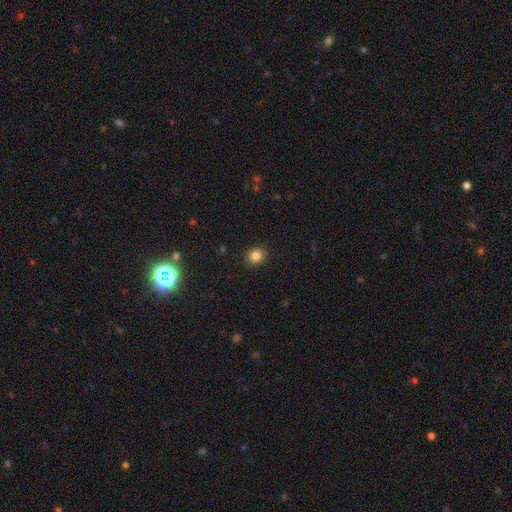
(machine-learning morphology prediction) smooth-or-featured: smooth: 83% | star or artifact: 11% | featured or disk: 5%
  how-rounded: round: 75% | in between: 24% | cigar-shaped: 1%
  merging: none: 90% | minor disturbance: 7% | major disturbance: 2% | merger: 1%